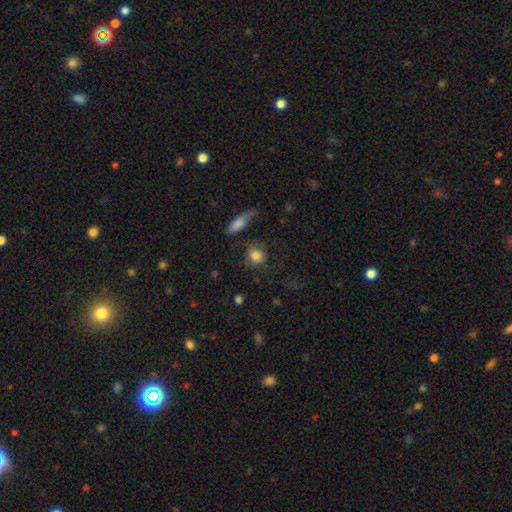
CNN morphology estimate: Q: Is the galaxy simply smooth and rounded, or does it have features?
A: smooth — 81%.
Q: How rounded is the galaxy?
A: round — 81%.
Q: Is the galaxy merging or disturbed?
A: none — 70%.